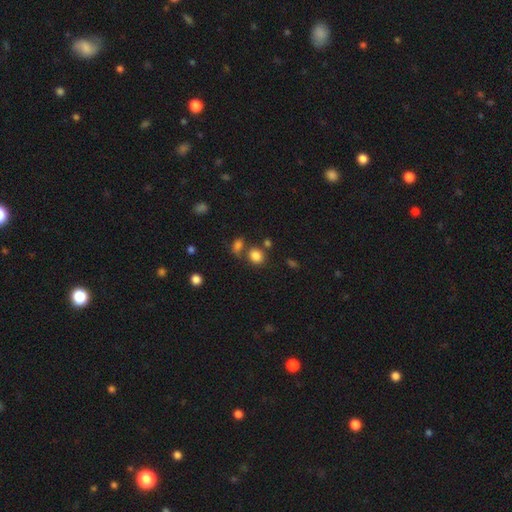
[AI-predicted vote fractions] A smooth galaxy with no disk features (82%) that is round (68%). Merging: none (63%).